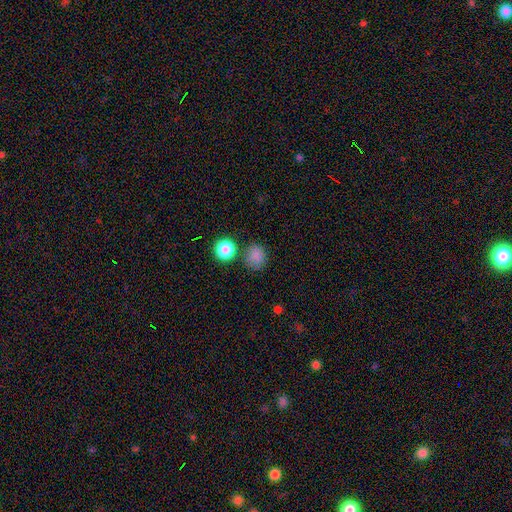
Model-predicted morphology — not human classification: Smooth or featured? Predicted: smooth (p=0.81). How rounded? Predicted: round (p=0.81). Merging? Predicted: none (p=0.73).